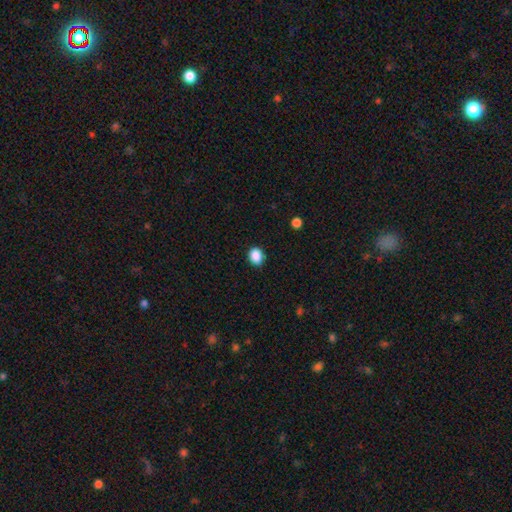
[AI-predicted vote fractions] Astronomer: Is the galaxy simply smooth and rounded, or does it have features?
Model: smooth — 89%.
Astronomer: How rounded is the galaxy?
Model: round — 55% (runner-up: in between, 45%).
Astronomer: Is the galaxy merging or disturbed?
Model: none — 88%.